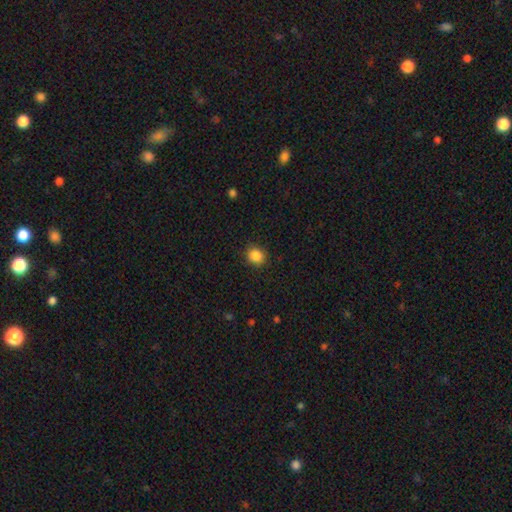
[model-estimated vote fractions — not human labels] This is clearly a smooth galaxy (86%). How rounded: likely round (77%). Merging: clearly none (89%).